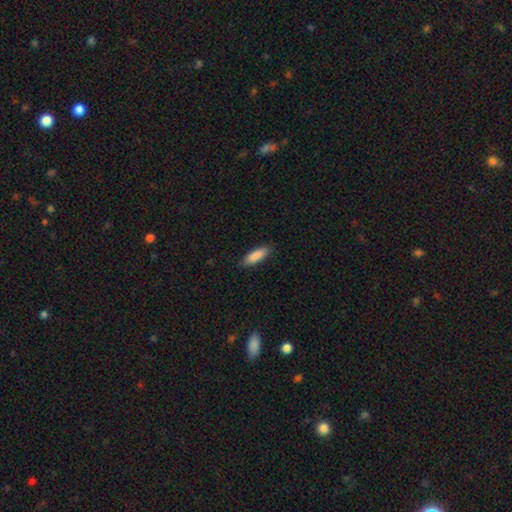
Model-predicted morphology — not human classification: Smooth or featured?
  - smooth: 88% *
  - star or artifact: 6%
  - featured or disk: 6%
How rounded?
  - in between: 56% *
  - cigar-shaped: 43%
  - round: 2%
Merging?
  - none: 85% *
  - minor disturbance: 11%
  - major disturbance: 2%
  - merger: 1%